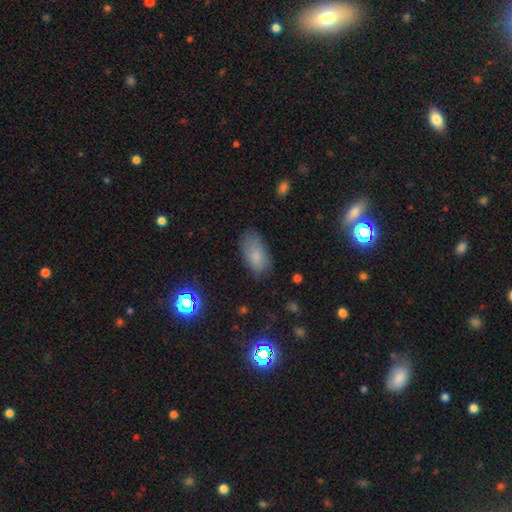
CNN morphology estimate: type=smooth (78%); roundness=in between (93%); merging=none (71%).